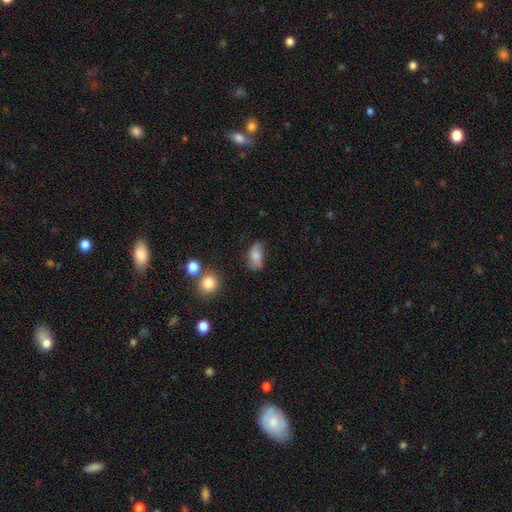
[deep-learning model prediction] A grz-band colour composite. It shows a smooth galaxy with no disk features (74%) that is in between round and cigar-shaped (88%). Merging: none (60%).